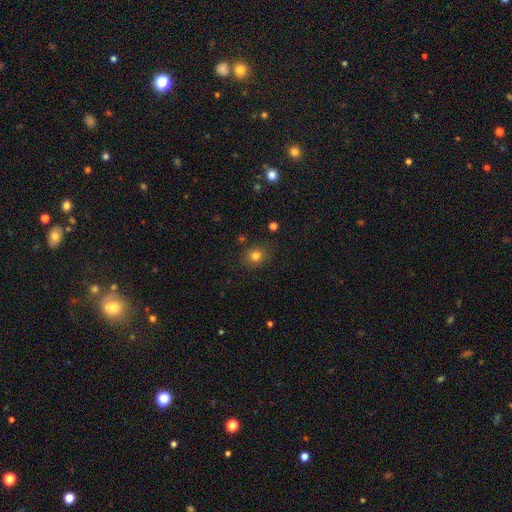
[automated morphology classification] smooth 78%, star or artifact 15%, featured or disk 8%. Down the decision tree: how rounded — round (69%); merging — none (82%).